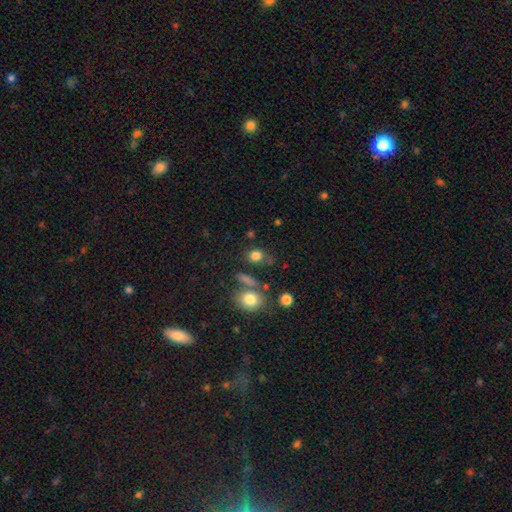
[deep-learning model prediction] smooth-or-featured: smooth: 81% | star or artifact: 12% | featured or disk: 7%
  how-rounded: round: 60% | in between: 38% | cigar-shaped: 2%
  merging: none: 65% | minor disturbance: 15% | merger: 13% | major disturbance: 7%